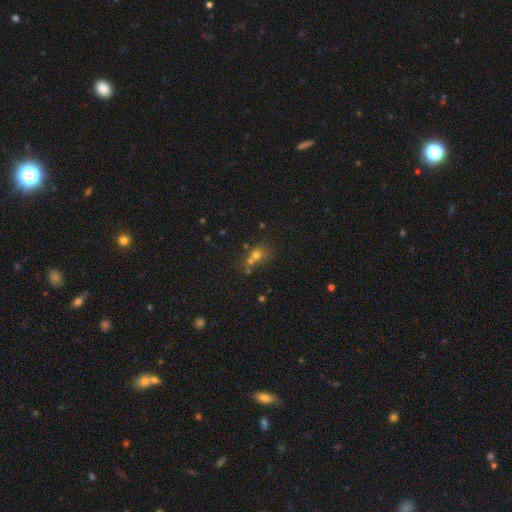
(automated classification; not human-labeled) smooth 60%, star or artifact 24%, featured or disk 16%. Down the decision tree: how rounded — round (72%); merging — merger (42%).